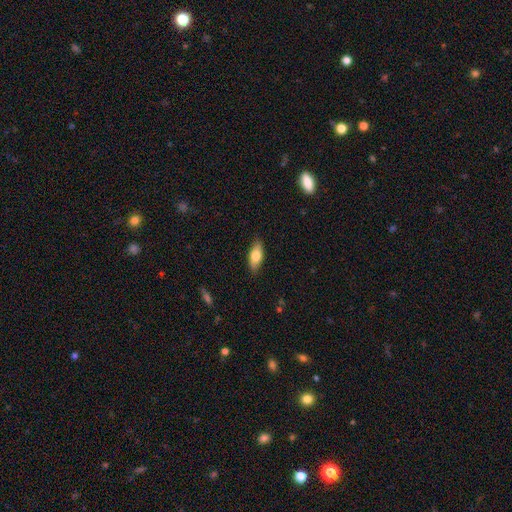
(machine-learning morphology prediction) Smooth or featured: smooth — 75% (featured or disk — 19%)
How rounded: in between — 77% (cigar-shaped — 20%)
Merging: none — 86% (minor disturbance — 11%)